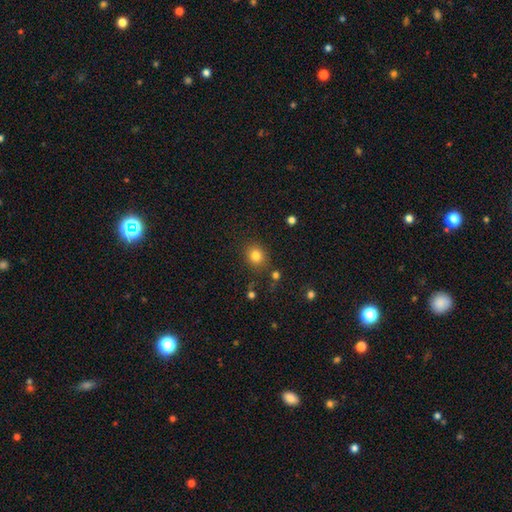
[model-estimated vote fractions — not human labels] This appears to be a smooth galaxy with no disk features (82%) that is round (75%). Merging: none (82%).